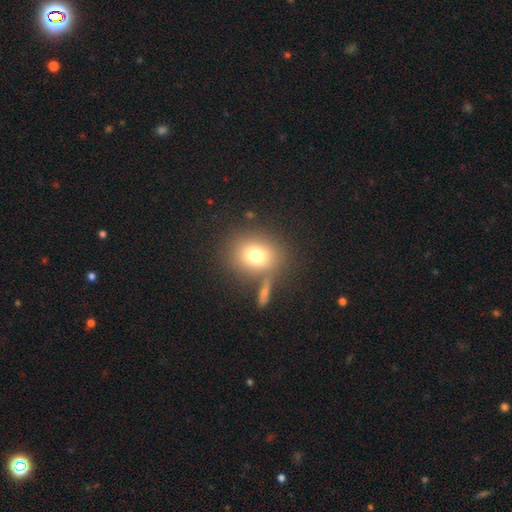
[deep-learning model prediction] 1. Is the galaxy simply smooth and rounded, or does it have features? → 75% smooth, 13% featured or disk, 13% star or artifact.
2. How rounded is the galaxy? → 63% round, 35% in between, 1% cigar-shaped.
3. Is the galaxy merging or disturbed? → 71% none, 12% merger, 11% minor disturbance, 6% major disturbance.